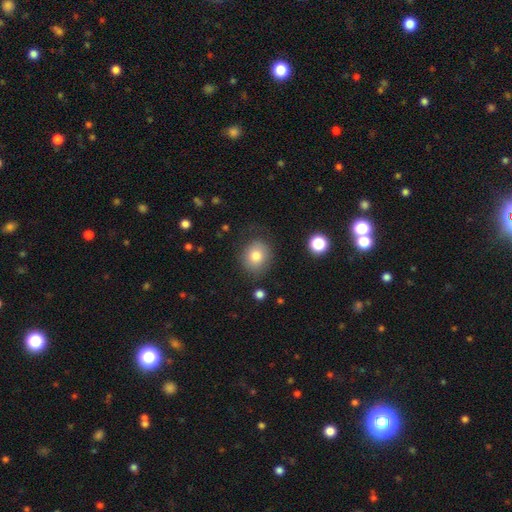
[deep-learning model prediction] Morphology: type=smooth (78%); roundness=round (72%); merging=none (75%).